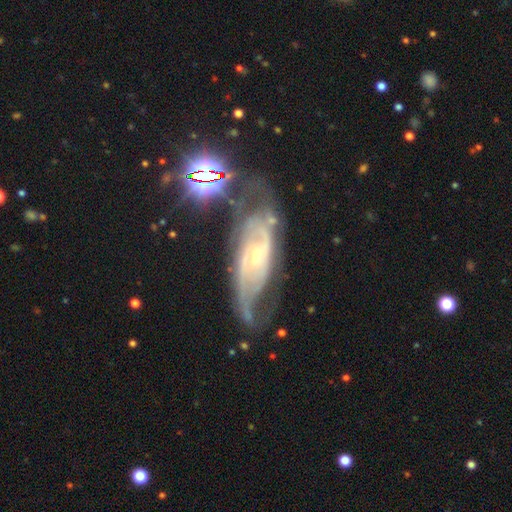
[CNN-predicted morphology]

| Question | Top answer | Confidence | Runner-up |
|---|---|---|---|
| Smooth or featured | featured or disk | 82% | star or artifact (9%) |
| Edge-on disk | no | 91% | yes (9%) |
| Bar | no | 59% | weak (31%) |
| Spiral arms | yes | 93% | no (7%) |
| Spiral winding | medium | 43% | tight (38%) |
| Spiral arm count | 2 | 54% | can't tell (27%) |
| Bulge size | small | 77% | moderate (19%) |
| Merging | none | 53% | minor disturbance (24%) |